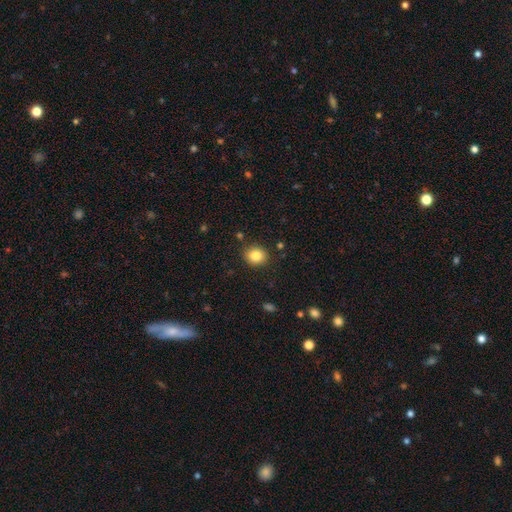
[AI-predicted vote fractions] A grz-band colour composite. It shows a smooth galaxy with no disk features (83%) that is round (79%). Merging: none (87%).